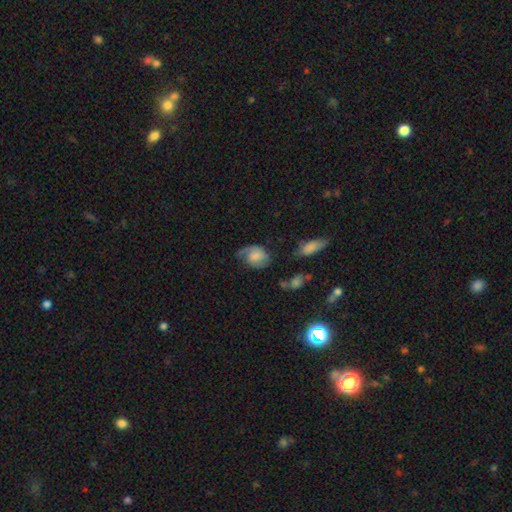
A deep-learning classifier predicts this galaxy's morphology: Smooth or featured?
  - featured or disk: 52% *
  - smooth: 39%
  - star or artifact: 8%
Edge-on disk?
  - no: 97% *
  - yes: 3%
Bar?
  - no: 63% *
  - weak: 31%
  - strong: 6%
Spiral arms?
  - yes: 88% *
  - no: 12%
Bulge size?
  - none: 33% *
  - moderate: 23%
  - small: 23%
  - large: 17%
  - dominant: 4%
Merging?
  - none: 48% *
  - minor disturbance: 27%
  - major disturbance: 21%
  - merger: 4%